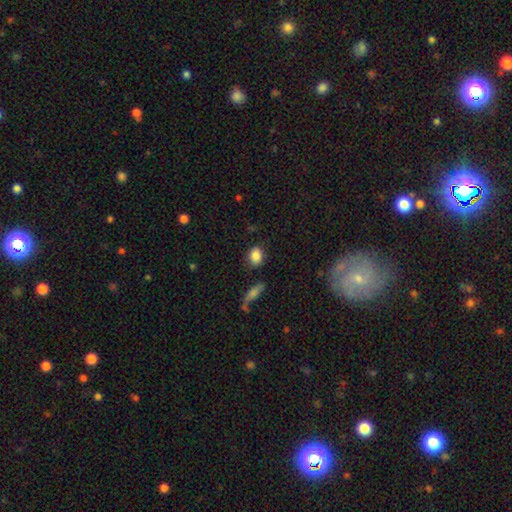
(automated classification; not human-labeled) This is clearly a smooth galaxy (86%). How rounded: likely in between (62%). Merging: clearly none (80%).